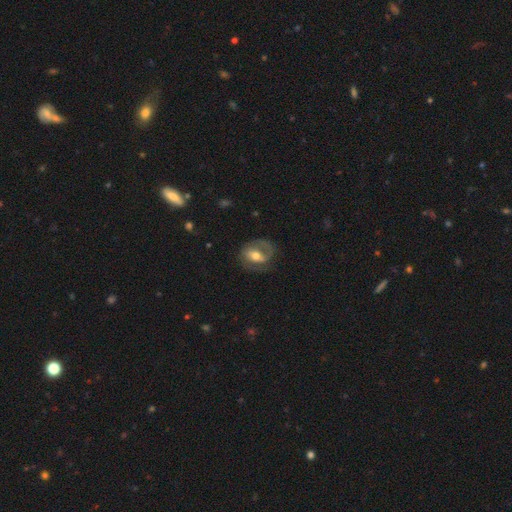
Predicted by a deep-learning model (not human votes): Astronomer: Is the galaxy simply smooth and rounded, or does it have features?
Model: featured or disk — 69%.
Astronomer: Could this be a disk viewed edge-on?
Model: no — 96%.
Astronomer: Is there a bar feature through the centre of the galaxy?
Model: weak — 39% (runner-up: strong, 33%).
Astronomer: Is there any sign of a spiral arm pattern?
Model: yes — 79%.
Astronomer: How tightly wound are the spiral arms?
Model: medium — 45% (runner-up: tight, 33%).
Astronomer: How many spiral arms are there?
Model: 2 — 61%.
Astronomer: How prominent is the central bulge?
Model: moderate — 68%.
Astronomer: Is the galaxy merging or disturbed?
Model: none — 62%.